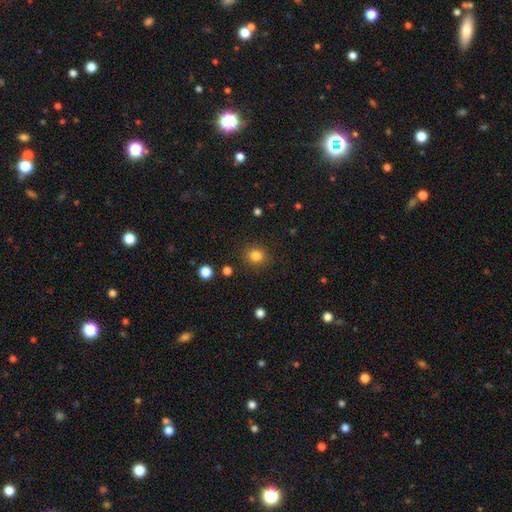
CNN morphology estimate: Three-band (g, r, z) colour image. It shows a smooth galaxy with no disk features (84%) that is round (81%). Merging: none (87%).